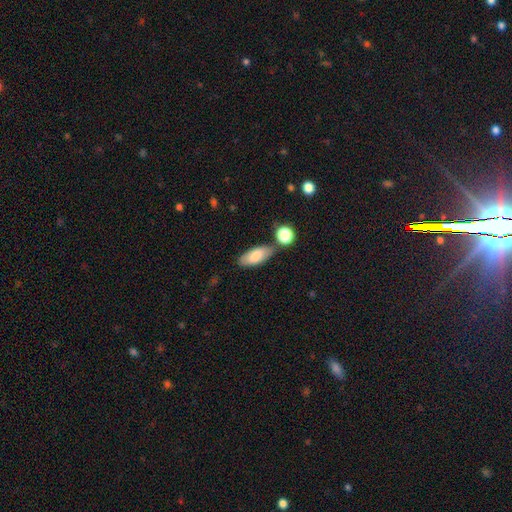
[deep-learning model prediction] smooth_or_featured: smooth (p=0.80) [alt: featured or disk p=0.13]
how_rounded: in between (p=0.82) [alt: cigar-shaped p=0.15]
merging: none (p=0.70) [alt: minor disturbance p=0.15]